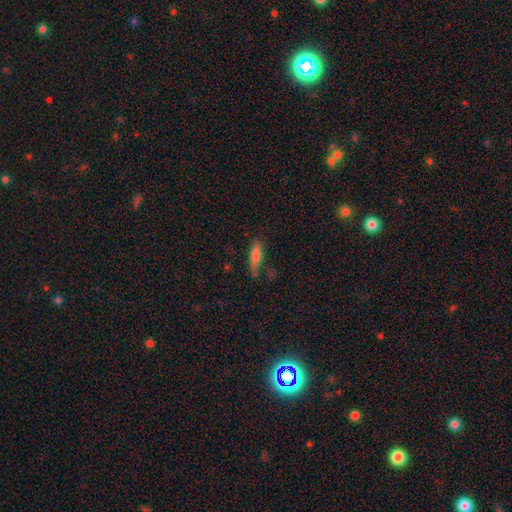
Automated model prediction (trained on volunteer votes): Smooth or featured? smooth (75%)
How rounded? cigar-shaped (66%)
Merging? none (70%)